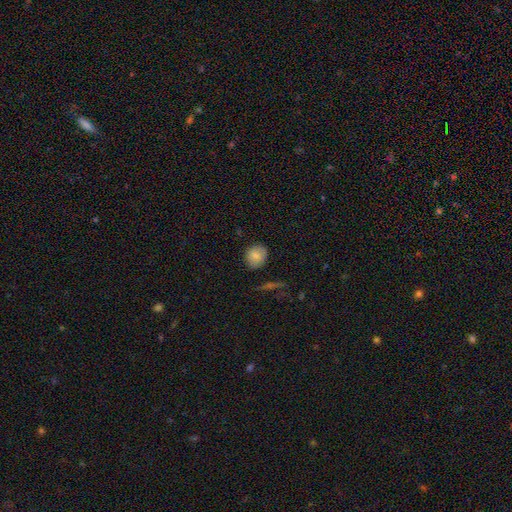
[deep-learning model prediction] Smooth or featured? Predicted: smooth (p=0.81). How rounded? Predicted: round (p=0.75). Merging? Predicted: none (p=0.83).